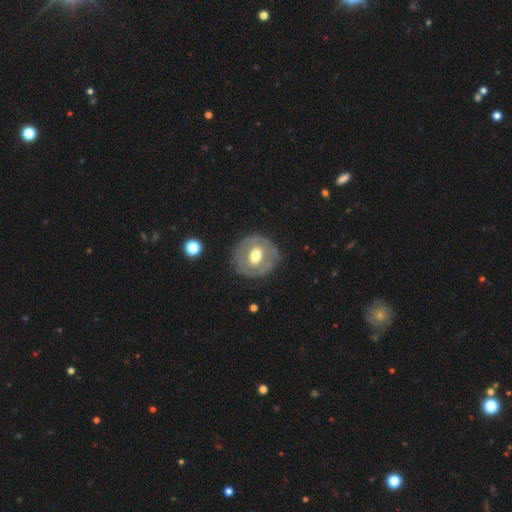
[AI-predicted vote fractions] smooth-or-featured: featured or disk: 56% | smooth: 38% | star or artifact: 6%
  disk-edge-on: no: 95% | yes: 5%
    bar: no: 57% | weak: 30% | strong: 13%
    has-spiral-arms: no: 78% | yes: 22%
    bulge-size: moderate: 63% | large: 28% | small: 6% | dominant: 2% | none: 1%
  merging: none: 77% | minor disturbance: 15% | major disturbance: 6% | merger: 2%